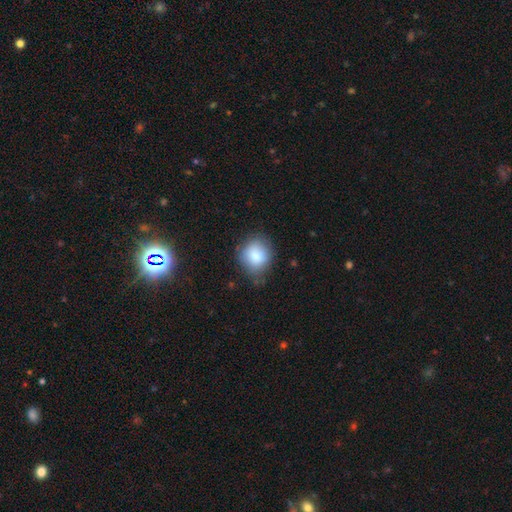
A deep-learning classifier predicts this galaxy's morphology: A smooth galaxy with no disk features (85%) that is round (74%). Merging: none (69%).